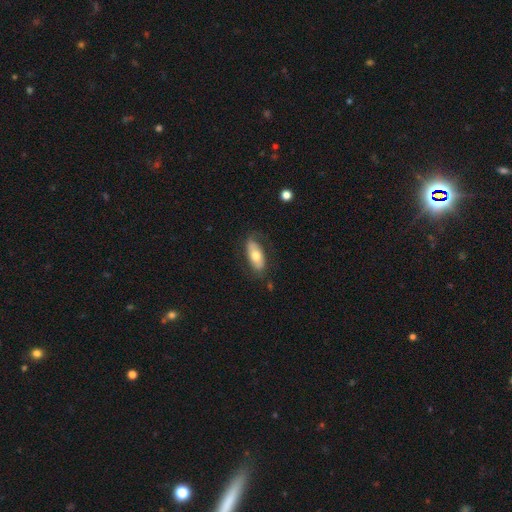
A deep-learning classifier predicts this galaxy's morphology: Smooth or featured?
  - smooth: 61% *
  - featured or disk: 33%
  - star or artifact: 6%
How rounded?
  - in between: 85% *
  - cigar-shaped: 12%
  - round: 3%
Merging?
  - none: 74% *
  - minor disturbance: 18%
  - major disturbance: 6%
  - merger: 1%